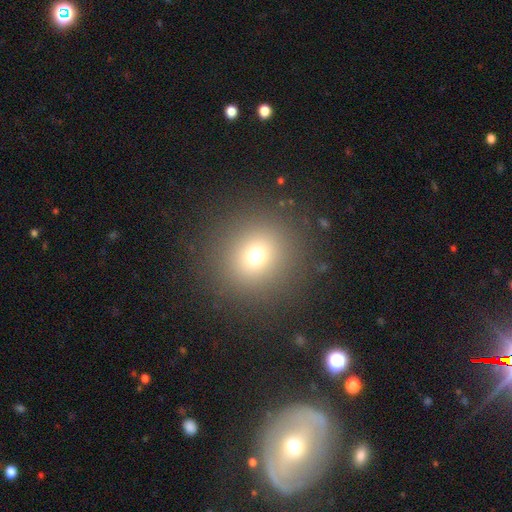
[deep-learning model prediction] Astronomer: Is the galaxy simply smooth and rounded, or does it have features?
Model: smooth — 70%.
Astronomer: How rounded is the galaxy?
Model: round — 91%.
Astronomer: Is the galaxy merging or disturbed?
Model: none — 88%.